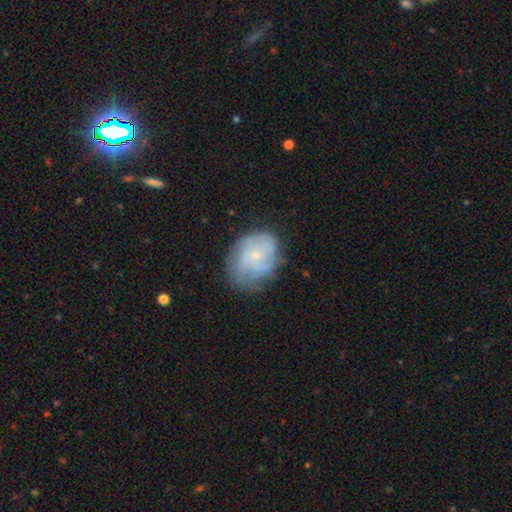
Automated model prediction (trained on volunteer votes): Morphology: type=featured or disk (55%); edge-on=no (97%); bar=no (83%); spiral arms=yes (65%); bulge=small (78%); merging=none (58%).